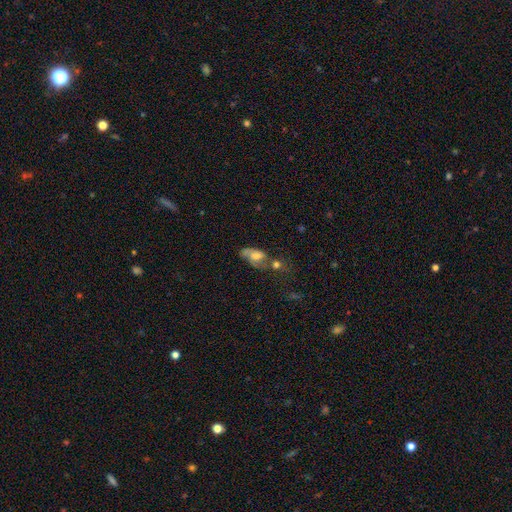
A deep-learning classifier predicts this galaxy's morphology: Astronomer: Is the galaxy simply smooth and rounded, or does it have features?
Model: smooth — 45% (runner-up: featured or disk, 44%).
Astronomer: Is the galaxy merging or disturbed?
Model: merger — 34% (runner-up: none, 29%).